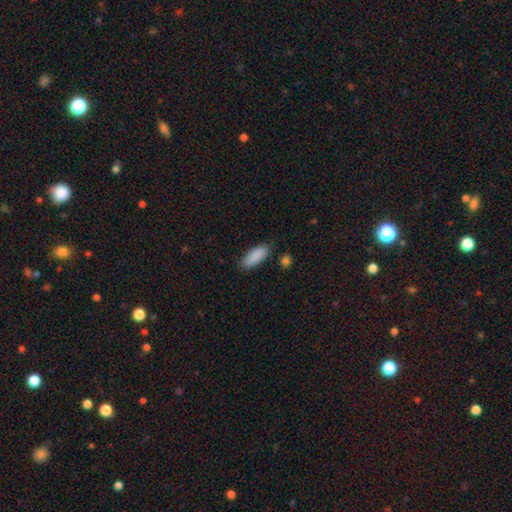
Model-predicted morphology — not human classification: Overall: smooth (88%). How rounded: in between (70%). Merging: none (79%).